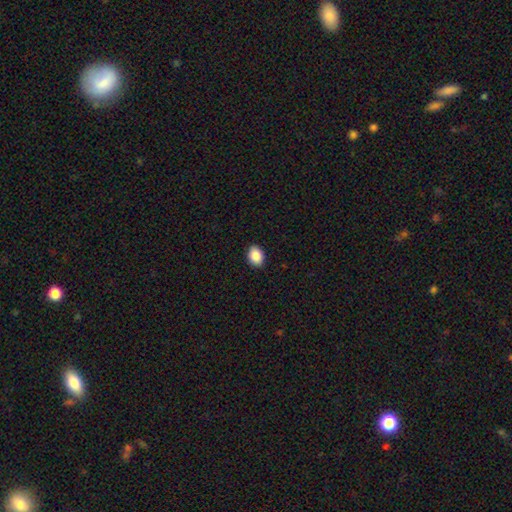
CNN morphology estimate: smooth 89%, star or artifact 8%, featured or disk 3%. Down the decision tree: how rounded — in between (73%); merging — none (91%).